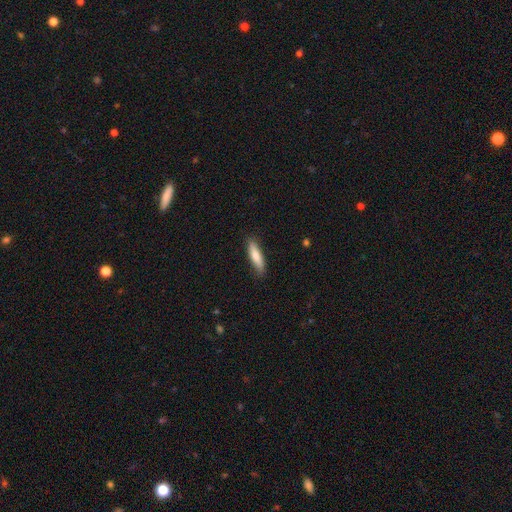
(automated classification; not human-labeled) smooth-or-featured: smooth: 78% | featured or disk: 17% | star or artifact: 6%
  how-rounded: cigar-shaped: 71% | in between: 28% | round: 2%
  merging: none: 84% | minor disturbance: 12% | major disturbance: 2% | merger: 1%